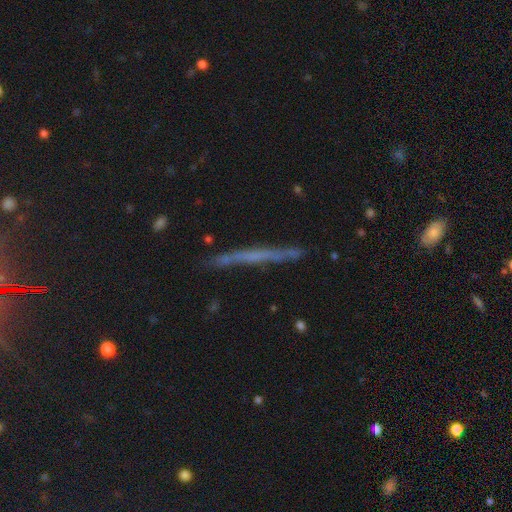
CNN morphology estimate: Smooth or featured?
  - featured or disk: 54% *
  - smooth: 37%
  - star or artifact: 9%
Edge-on disk?
  - yes: 94% *
  - no: 6%
Edge-on bulge?
  - none: 85% *
  - rounded: 9%
  - boxy: 6%
Merging?
  - none: 82% *
  - minor disturbance: 13%
  - major disturbance: 3%
  - merger: 2%